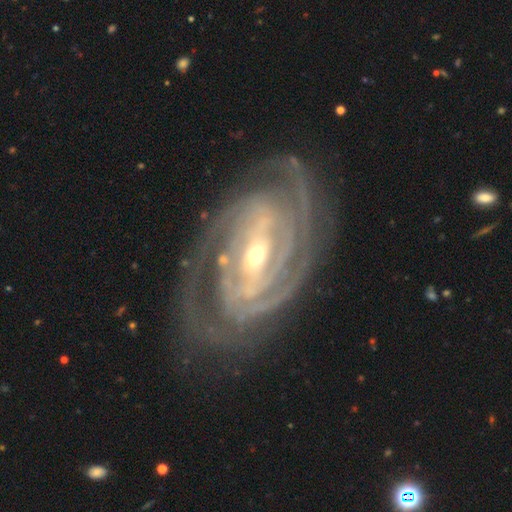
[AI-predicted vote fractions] Smooth or featured: featured or disk — 92% (star or artifact — 5%)
Edge-on disk: no — 96% (yes — 4%)
Bar: strong — 48% (weak — 35%)
Spiral arms: yes — 98% (no — 2%)
Spiral winding: tight — 75% (medium — 21%)
Spiral arm count: 2 — 29% (3 — 25%)
Bulge size: moderate — 49% (small — 47%)
Merging: none — 75% (minor disturbance — 17%)